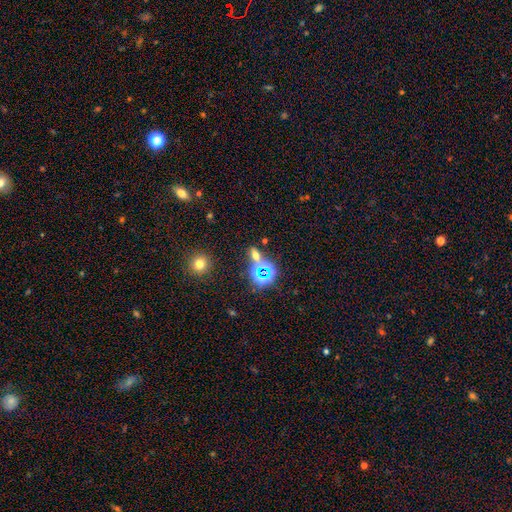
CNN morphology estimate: Smooth or featured? star or artifact (47%)